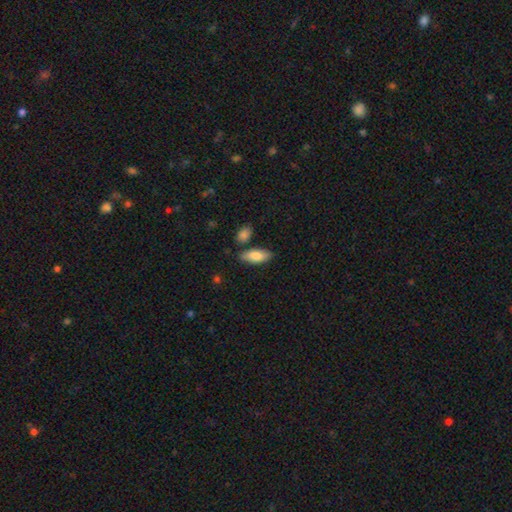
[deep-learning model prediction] A smooth galaxy with no disk features (82%) that is in between round and cigar-shaped (79%). Merging: none (77%).